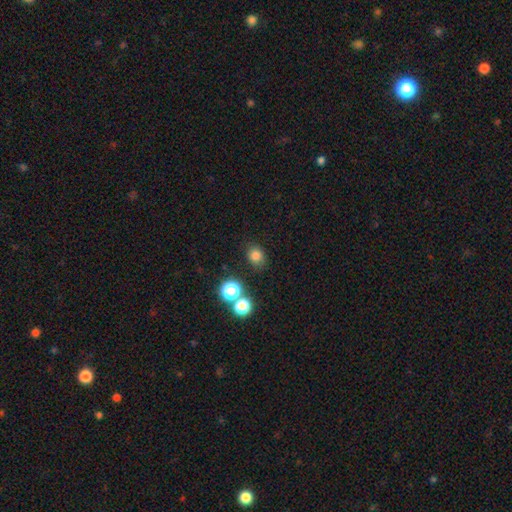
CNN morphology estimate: Q: Smooth or featured?
A: smooth (78%); runner-up: star or artifact (16%)
Q: How rounded?
A: round (62%); runner-up: in between (37%)
Q: Merging?
A: none (81%); runner-up: minor disturbance (10%)